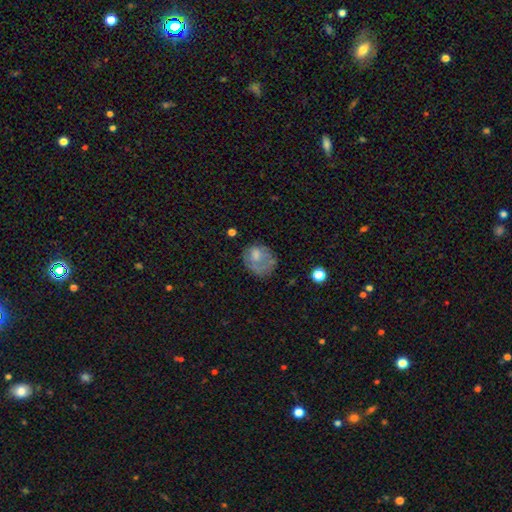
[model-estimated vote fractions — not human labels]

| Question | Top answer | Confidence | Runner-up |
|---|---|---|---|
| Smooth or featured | smooth | 48% | featured or disk (36%) |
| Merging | none | 53% | minor disturbance (23%) |